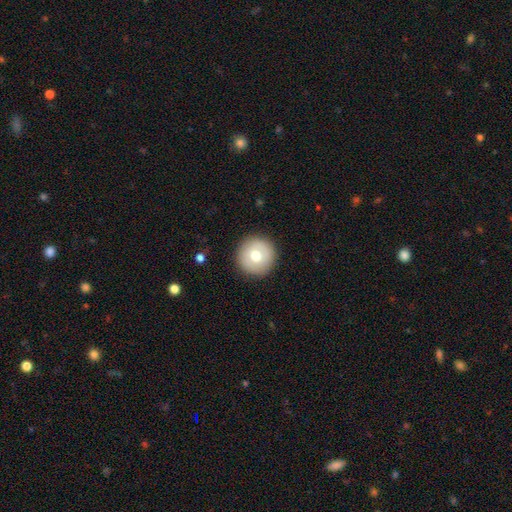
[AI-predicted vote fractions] This appears to be a smooth galaxy with no disk features (67%) that is round (96%). Merging: none (91%).